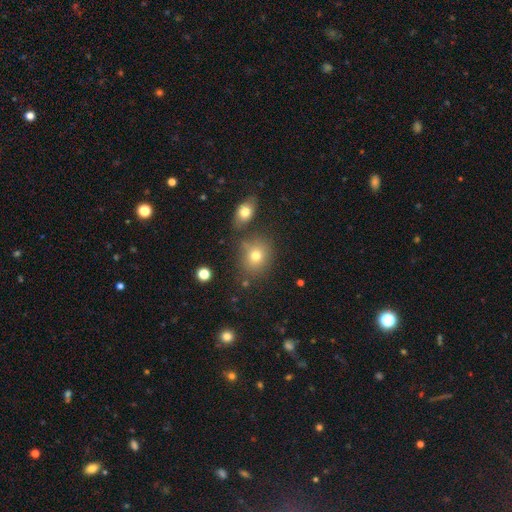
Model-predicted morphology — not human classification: Smooth or featured?
  - smooth: 74% *
  - star or artifact: 14%
  - featured or disk: 12%
How rounded?
  - round: 59% *
  - in between: 39%
  - cigar-shaped: 1%
Merging?
  - none: 69% *
  - merger: 13%
  - minor disturbance: 13%
  - major disturbance: 5%